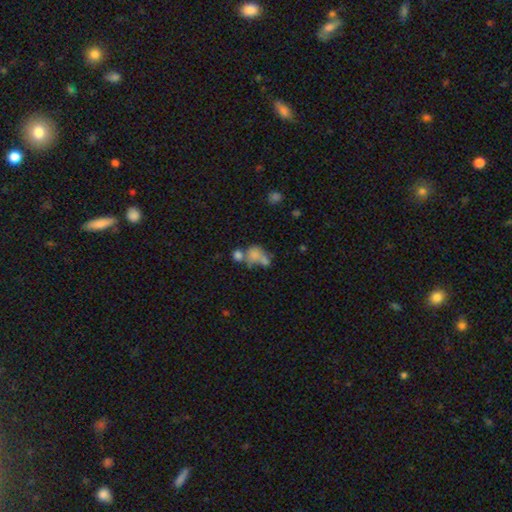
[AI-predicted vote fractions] This is likely a smooth galaxy (66%). How rounded: possibly in between (58%). Merging: possibly merger (52%).